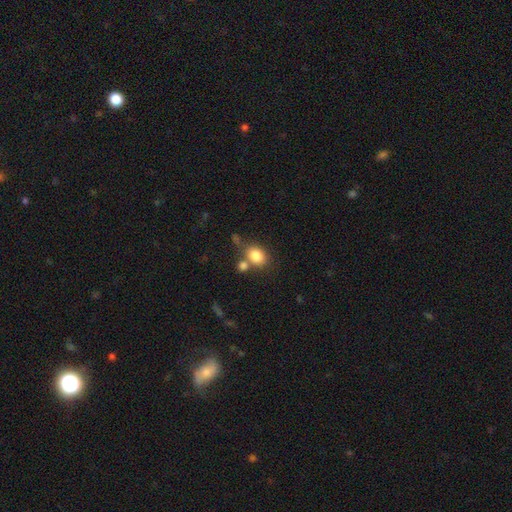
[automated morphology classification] Q: Smooth or featured?
A: smooth (83%); runner-up: star or artifact (9%)
Q: How rounded?
A: in between (60%); runner-up: round (39%)
Q: Merging?
A: none (56%); runner-up: merger (26%)